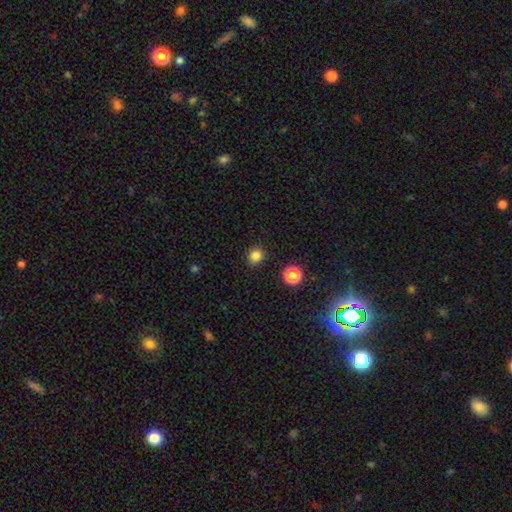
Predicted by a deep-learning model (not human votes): Smooth or featured: smooth — 84% (star or artifact — 13%)
How rounded: round — 90% (in between — 10%)
Merging: none — 91% (minor disturbance — 5%)